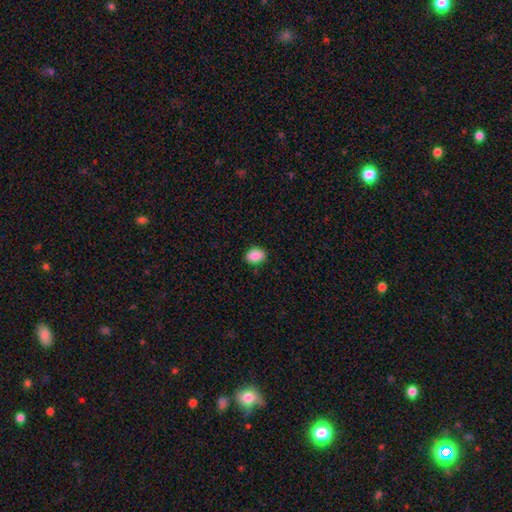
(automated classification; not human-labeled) Smooth or featured: smooth — 89% (star or artifact — 8%)
How rounded: in between — 76% (round — 23%)
Merging: none — 85% (minor disturbance — 12%)